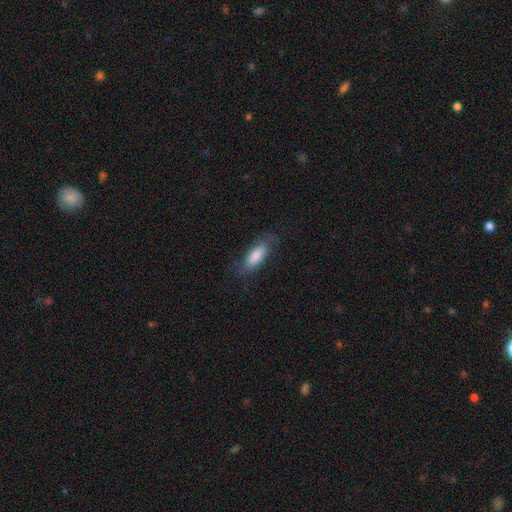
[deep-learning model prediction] A smooth galaxy with no disk features (73%) that is in between round and cigar-shaped (66%).

Vote fractions:
- Smooth or featured? smooth: 73% / featured or disk: 18% / star or artifact: 8%
- How rounded? in between: 66% / cigar-shaped: 32% / round: 2%
- Merging? none: 74% / minor disturbance: 18% / major disturbance: 7% / merger: 1%